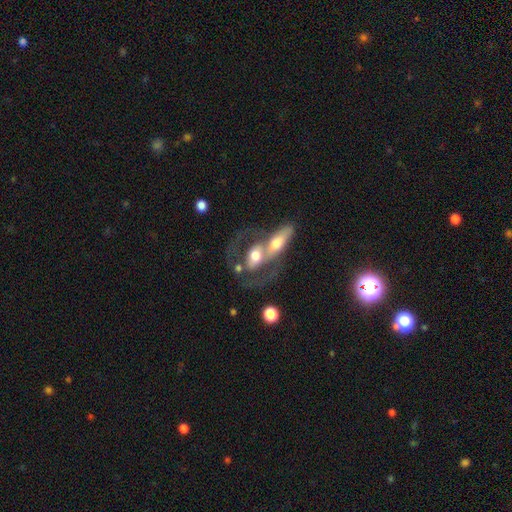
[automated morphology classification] Q: Smooth or featured?
A: featured or disk (56%); runner-up: smooth (38%)
Q: Edge-on disk?
A: no (82%); runner-up: yes (18%)
Q: Merging?
A: merger (62%); runner-up: none (21%)